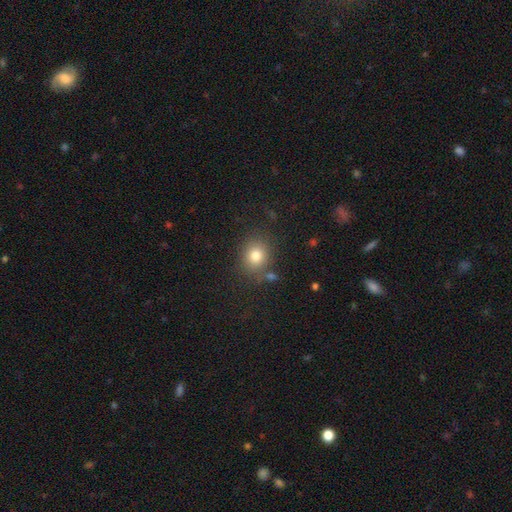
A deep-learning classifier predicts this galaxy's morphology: Smooth or featured? Predicted: smooth (p=0.80). How rounded? Predicted: round (p=0.66). Merging? Predicted: none (p=0.79).